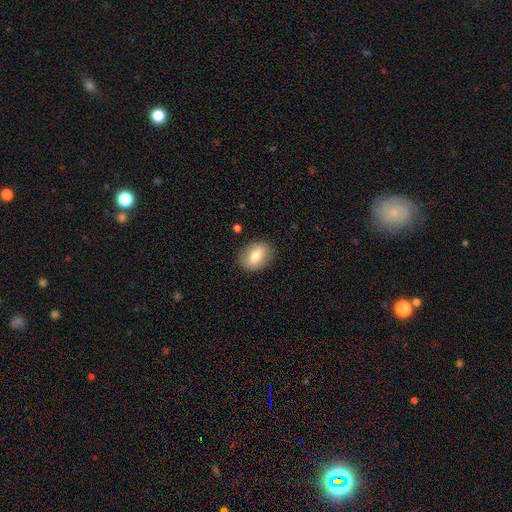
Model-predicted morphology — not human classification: A smooth galaxy with no disk features (77%) that is in between round and cigar-shaped (74%). Merging: none (85%).